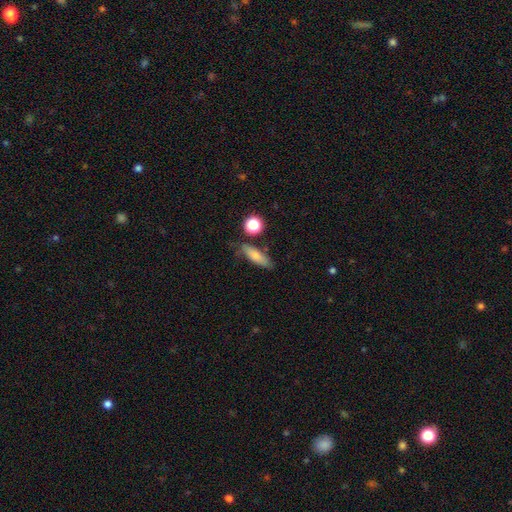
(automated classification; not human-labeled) Overall: smooth (72%). How rounded: in between (49%; cigar-shaped 46%). Merging: none (69%).